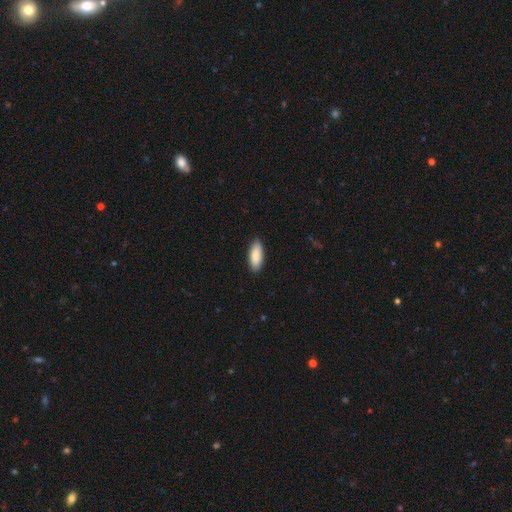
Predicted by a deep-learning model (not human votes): Smooth or featured? smooth (87%)
How rounded? in between (79%)
Merging? none (89%)